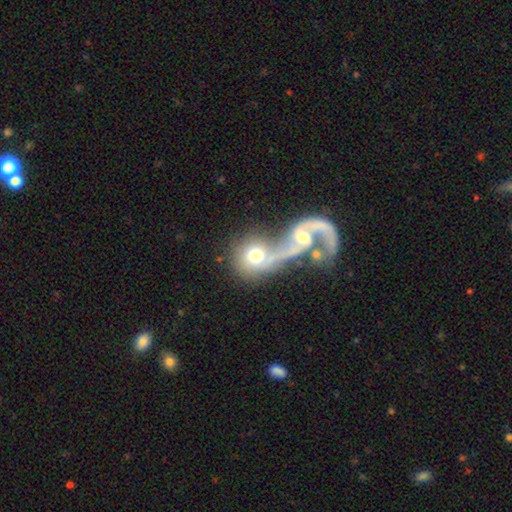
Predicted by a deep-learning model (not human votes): smooth 51%, featured or disk 40%, star or artifact 9%. Down the decision tree: how rounded — round (71%); merging — merger (66%).